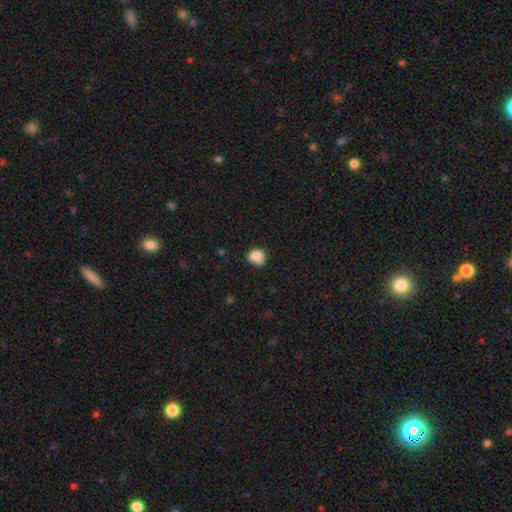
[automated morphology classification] The model was most divided on "merging": none: 57%, minor disturbance: 31%, major disturbance: 8%, merger: 4%. More confident: smooth or featured — smooth (83%); how rounded — round (69%).